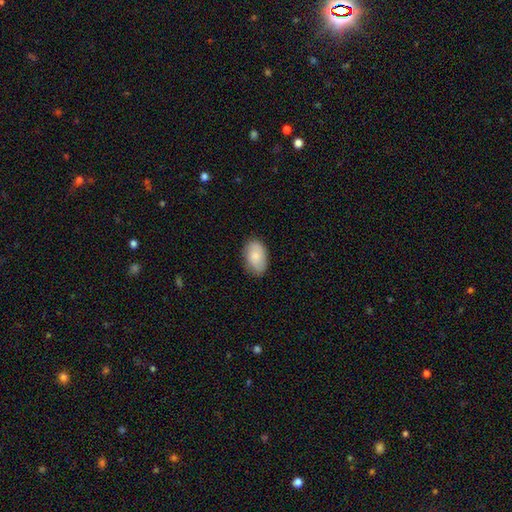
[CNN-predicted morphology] This is clearly a smooth galaxy (81%). How rounded: clearly in between (91%). Merging: clearly none (81%).